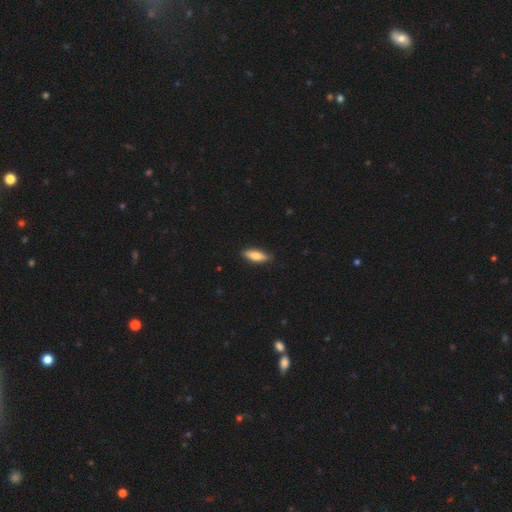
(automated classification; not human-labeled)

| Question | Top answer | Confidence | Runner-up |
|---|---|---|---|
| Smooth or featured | smooth | 80% | featured or disk (15%) |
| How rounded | in between | 64% | cigar-shaped (33%) |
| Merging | none | 87% | minor disturbance (10%) |